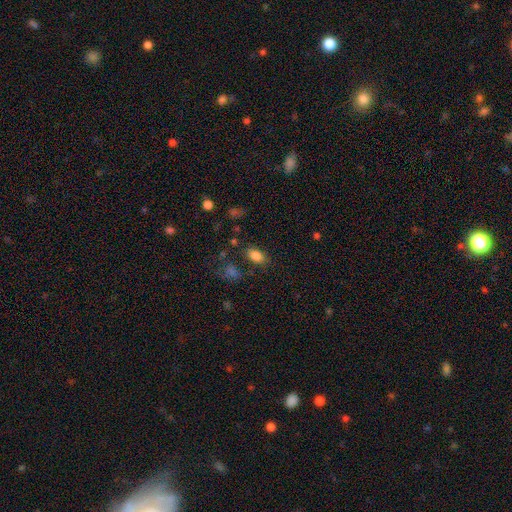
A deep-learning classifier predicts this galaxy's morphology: Overall: smooth (84%). How rounded: in between (88%). Merging: none (79%).